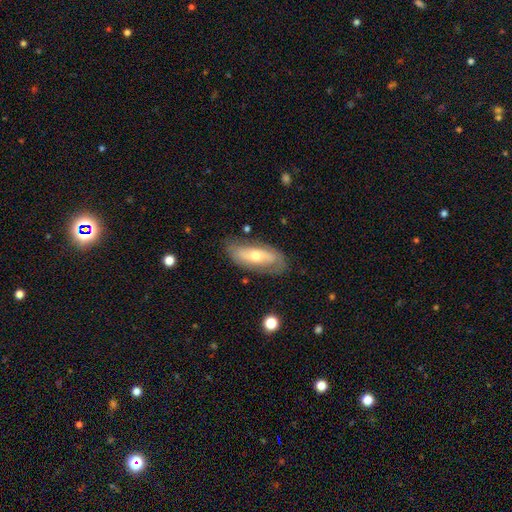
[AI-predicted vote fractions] smooth_or_featured: featured or disk (p=0.54) [alt: smooth p=0.40]
disk_edge_on: no (p=0.82) [alt: yes p=0.18]
merging: none (p=0.72) [alt: minor disturbance p=0.19]